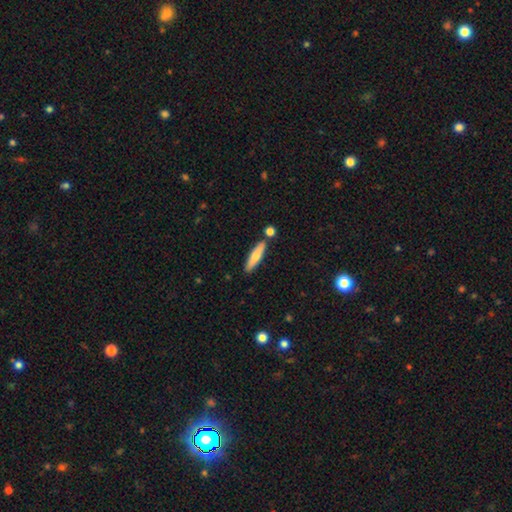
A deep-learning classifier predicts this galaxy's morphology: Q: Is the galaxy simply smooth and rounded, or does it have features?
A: smooth — 68%.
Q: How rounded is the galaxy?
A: cigar-shaped — 79%.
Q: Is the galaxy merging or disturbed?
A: none — 82%.